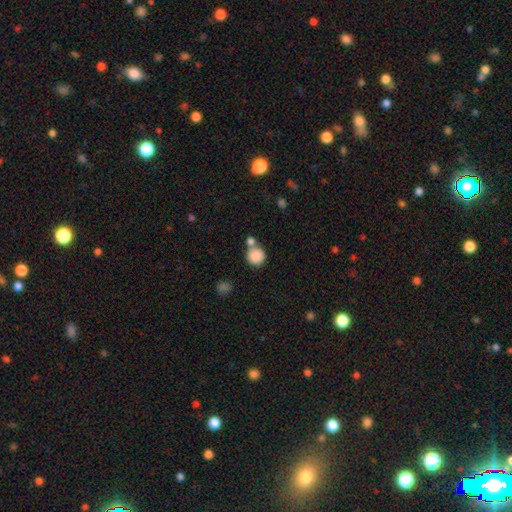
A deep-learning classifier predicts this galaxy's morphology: This is clearly a smooth galaxy (86%). How rounded: clearly round (91%). Merging: possibly none (57%).